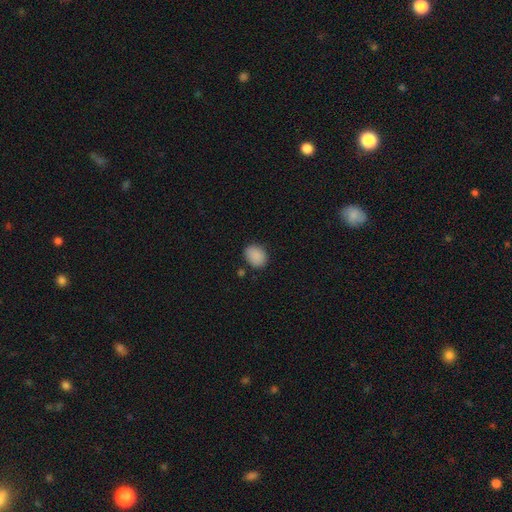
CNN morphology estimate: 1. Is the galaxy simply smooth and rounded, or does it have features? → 88% smooth, 8% star or artifact, 3% featured or disk.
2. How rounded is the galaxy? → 60% in between, 39% round, 1% cigar-shaped.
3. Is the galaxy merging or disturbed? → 81% none, 13% minor disturbance, 3% major disturbance, 3% merger.